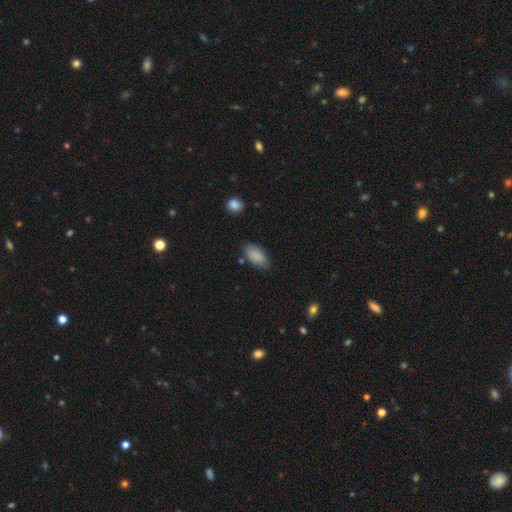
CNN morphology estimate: A smooth galaxy with no disk features (87%) that is in between round and cigar-shaped (93%). Merging: none (76%).